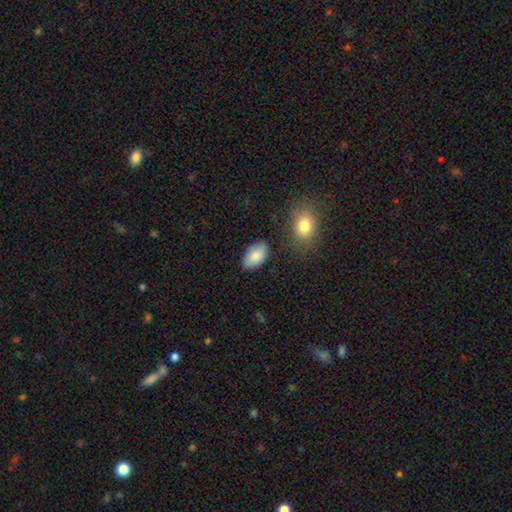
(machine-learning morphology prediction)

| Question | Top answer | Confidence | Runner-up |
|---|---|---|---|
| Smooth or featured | smooth | 87% | featured or disk (7%) |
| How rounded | in between | 94% | round (4%) |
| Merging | none | 81% | minor disturbance (13%) |